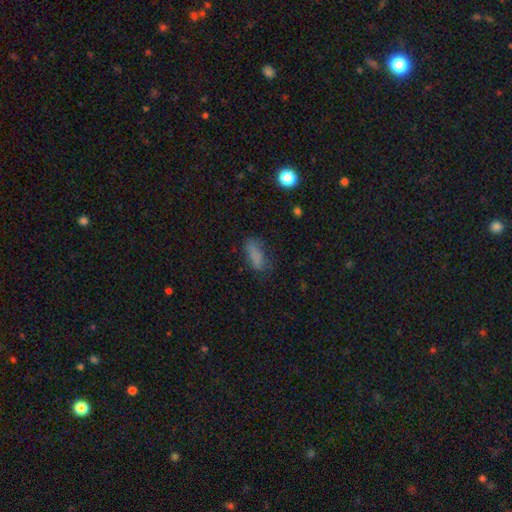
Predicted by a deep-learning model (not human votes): smooth-or-featured: smooth: 78% | star or artifact: 13% | featured or disk: 9%
  how-rounded: in between: 69% | cigar-shaped: 28% | round: 4%
  merging: none: 61% | minor disturbance: 25% | major disturbance: 12% | merger: 2%